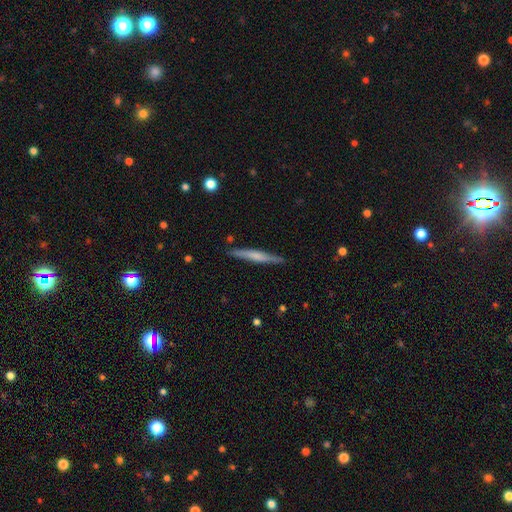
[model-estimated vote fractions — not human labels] A smooth galaxy with no disk features (47%, tied with featured or disk).

Vote fractions:
- Smooth or featured? smooth: 47% (tied) / featured or disk: 47% (tied) / star or artifact: 6%
- Merging? none: 88% / minor disturbance: 9% / major disturbance: 2% / merger: 1%